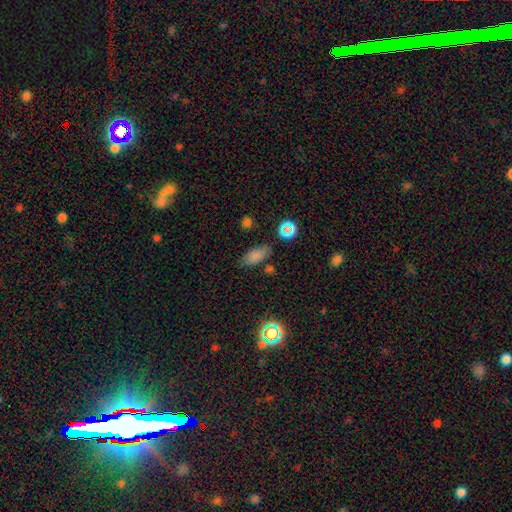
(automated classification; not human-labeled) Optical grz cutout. It shows a smooth galaxy with no disk features (76%) that is in between round and cigar-shaped (85%). Merging: none (76%).